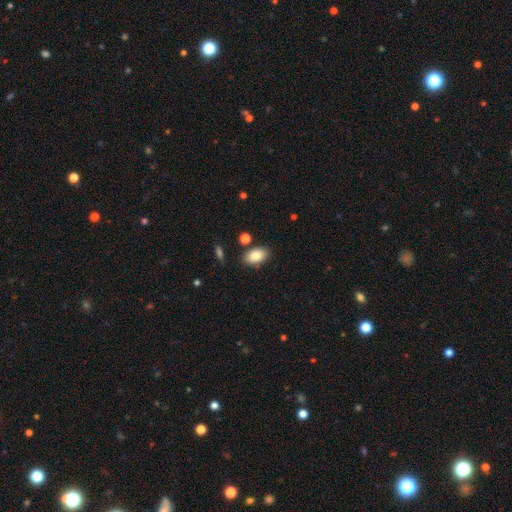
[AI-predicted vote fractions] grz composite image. It shows a smooth galaxy with no disk features (86%) that is in between round and cigar-shaped (92%). Merging: none (82%).